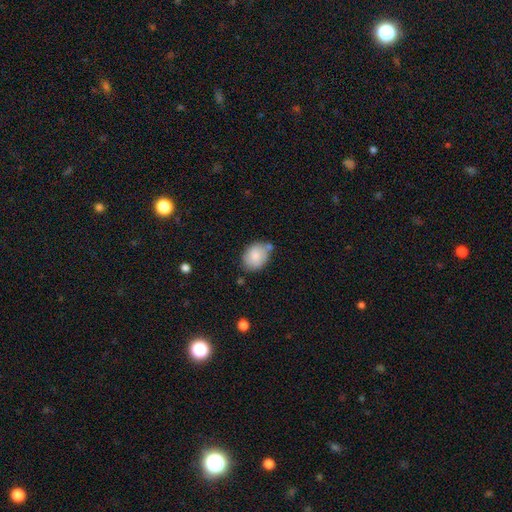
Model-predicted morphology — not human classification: smooth_or_featured: smooth (p=0.83) [alt: featured or disk p=0.11]
how_rounded: in between (p=0.64) [alt: round p=0.35]
merging: none (p=0.62) [alt: minor disturbance p=0.22]